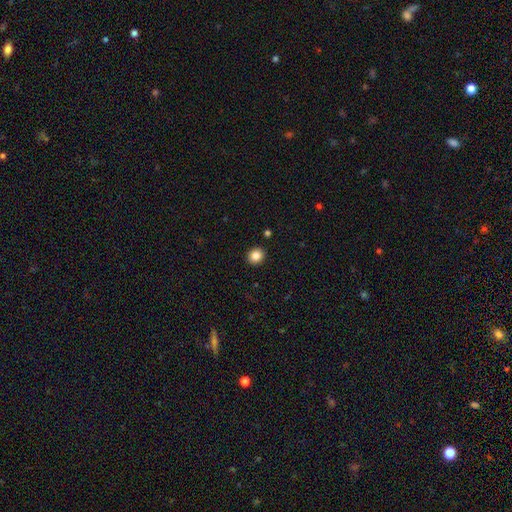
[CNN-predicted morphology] Smooth or featured: smooth — 84% (star or artifact — 10%)
How rounded: round — 84% (in between — 15%)
Merging: none — 92% (minor disturbance — 5%)